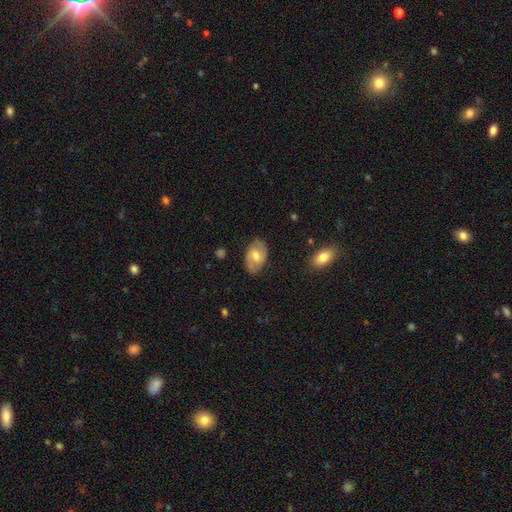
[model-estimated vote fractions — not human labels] Smooth or featured? Predicted: featured or disk (p=0.53). Edge-on disk? Predicted: no (p=0.95). Bar? Predicted: weak (p=0.54). Spiral arms? Predicted: yes (p=0.76). Bulge size? Predicted: moderate (p=0.65). Merging? Predicted: none (p=0.80).